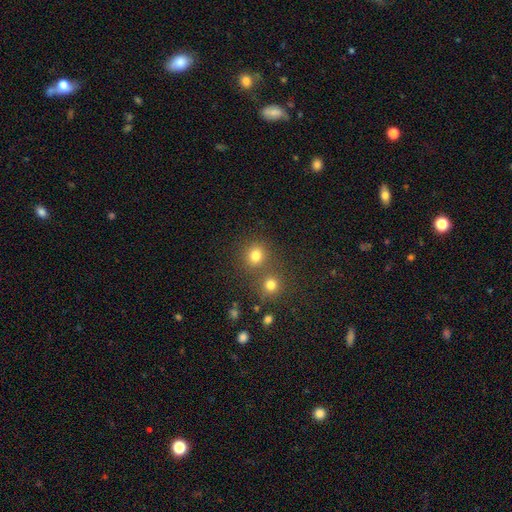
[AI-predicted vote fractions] Smooth or featured? Predicted: smooth (p=0.78). How rounded? Predicted: round (p=0.83). Merging? Predicted: none (p=0.65).